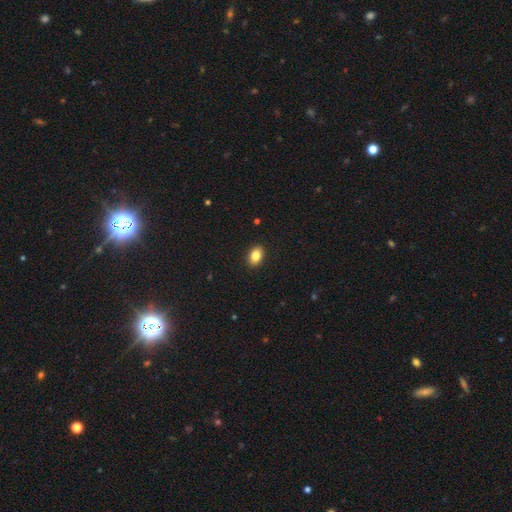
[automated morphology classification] Smooth or featured?
  - smooth: 85% *
  - star or artifact: 9%
  - featured or disk: 7%
How rounded?
  - in between: 84% *
  - round: 15%
  - cigar-shaped: 1%
Merging?
  - none: 91% *
  - minor disturbance: 7%
  - major disturbance: 2%
  - merger: 1%